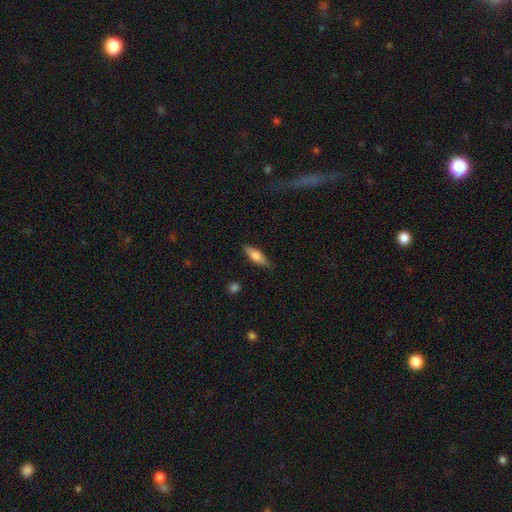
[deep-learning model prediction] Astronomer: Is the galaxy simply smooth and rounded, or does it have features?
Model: smooth — 69%.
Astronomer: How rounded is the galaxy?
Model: in between — 53% (runner-up: cigar-shaped, 45%).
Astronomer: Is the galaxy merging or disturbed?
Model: none — 85%.